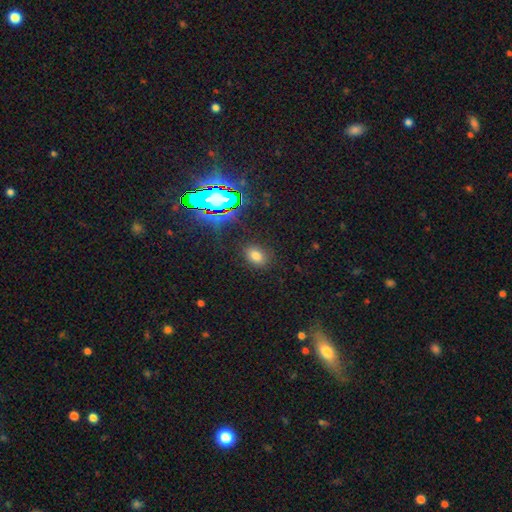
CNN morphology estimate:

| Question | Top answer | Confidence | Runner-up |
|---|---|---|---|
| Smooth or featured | smooth | 72% | star or artifact (21%) |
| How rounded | in between | 73% | round (26%) |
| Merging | none | 84% | minor disturbance (10%) |